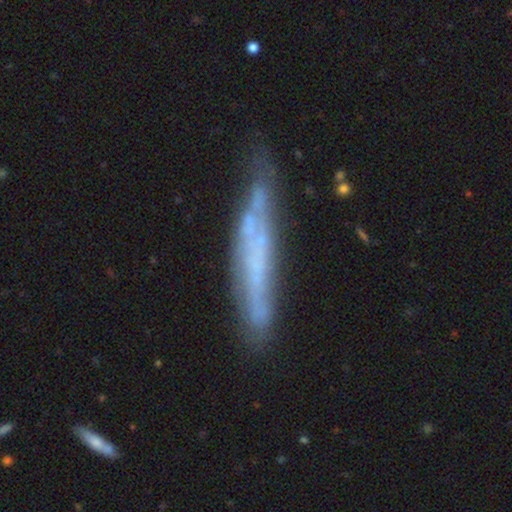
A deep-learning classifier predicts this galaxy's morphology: smooth-or-featured: featured or disk: 60% | smooth: 32% | star or artifact: 8%
  disk-edge-on: yes: 79% | no: 21%
  merging: none: 64% | minor disturbance: 25% | major disturbance: 7% | merger: 4%